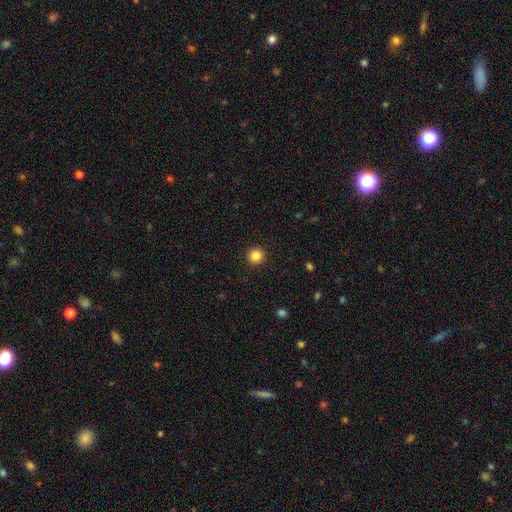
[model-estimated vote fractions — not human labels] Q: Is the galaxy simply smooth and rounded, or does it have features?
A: smooth — 85%.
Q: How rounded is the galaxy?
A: round — 95%.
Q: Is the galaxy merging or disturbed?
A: none — 93%.